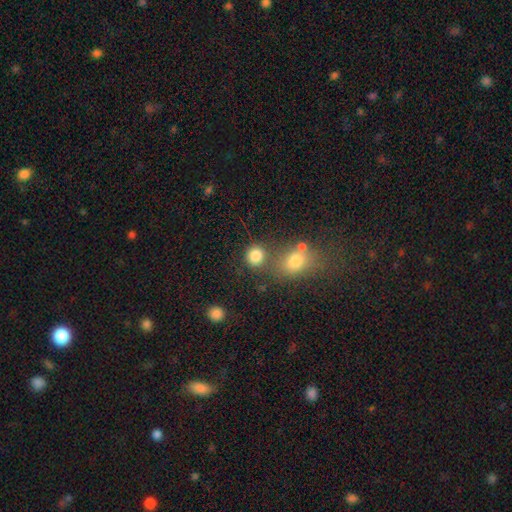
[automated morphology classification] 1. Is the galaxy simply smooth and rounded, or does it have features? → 81% smooth, 12% star or artifact, 6% featured or disk.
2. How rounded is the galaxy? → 84% round, 15% in between, 1% cigar-shaped.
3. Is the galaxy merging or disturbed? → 64% none, 20% merger, 11% minor disturbance, 6% major disturbance.